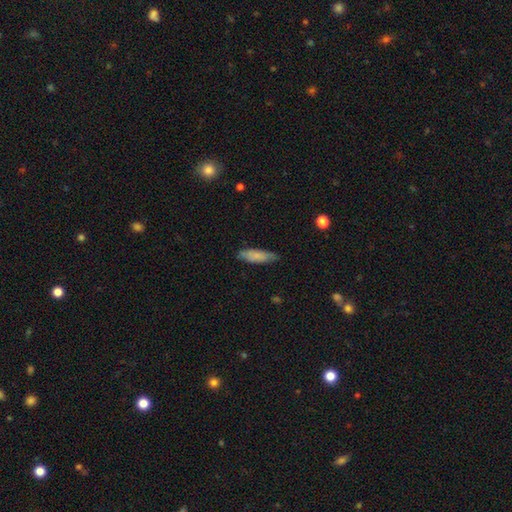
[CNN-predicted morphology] smooth_or_featured: smooth (p=0.77) [alt: featured or disk p=0.16]
how_rounded: cigar-shaped (p=0.52) [alt: in between p=0.47]
merging: none (p=0.76) [alt: minor disturbance p=0.19]